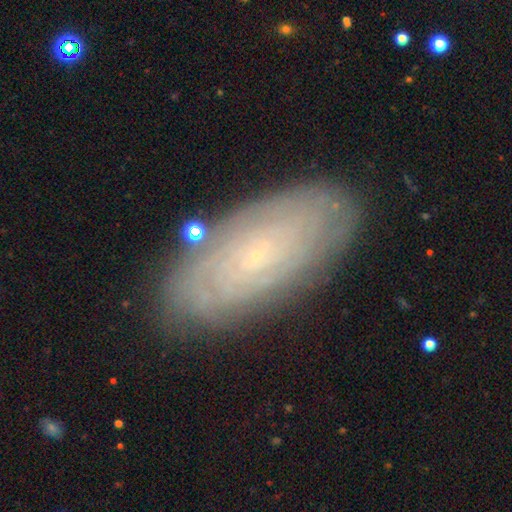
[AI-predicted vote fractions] A featured or disk galaxy (60%) with no bar (77%), spiral arms (81%) and a small central bulge (86%). Merging: none (84%).